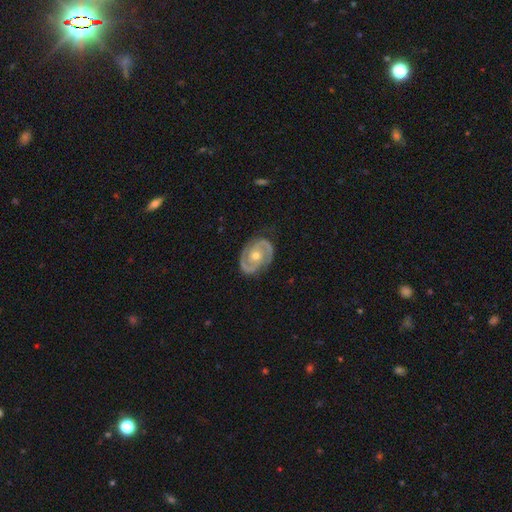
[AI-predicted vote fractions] Smooth or featured?
  - featured or disk: 91% *
  - smooth: 5%
  - star or artifact: 4%
Edge-on disk?
  - no: 98% *
  - yes: 2%
Bar?
  - no: 70% *
  - weak: 21%
  - strong: 8%
Spiral arms?
  - yes: 96% *
  - no: 4%
Spiral winding?
  - tight: 54% *
  - medium: 39%
  - loose: 7%
Spiral arm count?
  - 2: 92% *
  - can't tell: 3%
  - 3: 2%
  - 1: 1%
  - 4: 1%
  - more than 4: 1%
Bulge size?
  - moderate: 62% *
  - small: 34%
  - large: 2%
  - none: 1%
  - dominant: 1%
Merging?
  - none: 85% *
  - minor disturbance: 11%
  - major disturbance: 3%
  - merger: 1%